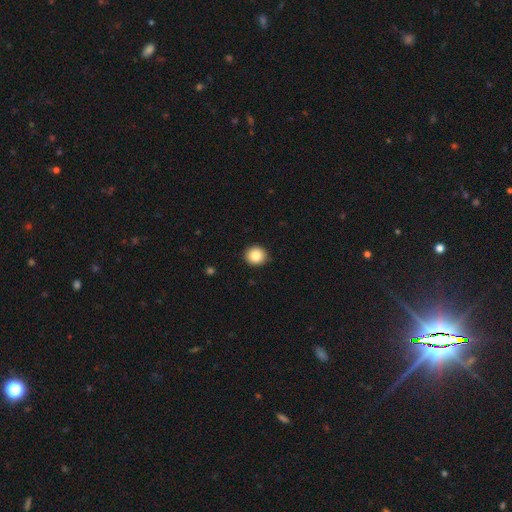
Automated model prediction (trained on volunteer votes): smooth-or-featured: smooth: 84% | star or artifact: 9% | featured or disk: 7%
  how-rounded: round: 87% | in between: 12% | cigar-shaped: 1%
  merging: none: 91% | minor disturbance: 6% | major disturbance: 2% | merger: 1%